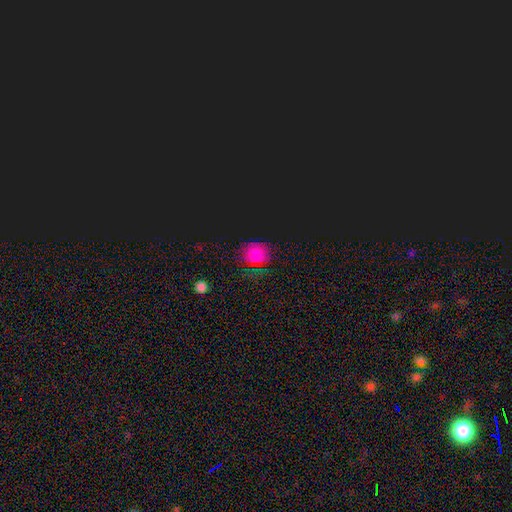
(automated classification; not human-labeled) A smooth galaxy with no disk features (64%) that is round (68%). Merging: none (69%).